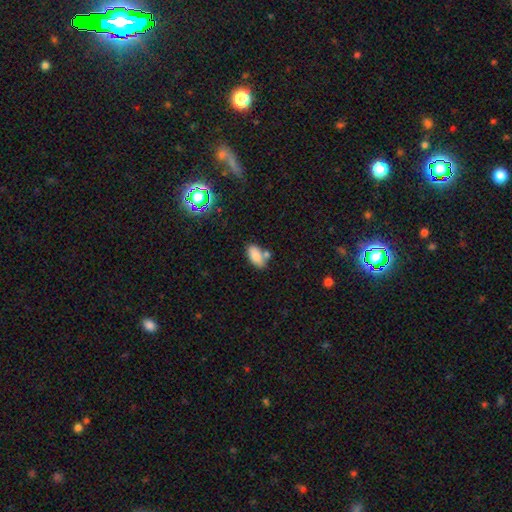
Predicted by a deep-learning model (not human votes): A smooth galaxy with no disk features (83%) that is in between round and cigar-shaped (91%).

Vote fractions:
- Smooth or featured? smooth: 83% / star or artifact: 9% / featured or disk: 8%
- How rounded? in between: 91% / cigar-shaped: 5% / round: 3%
- Merging? none: 58% / merger: 22% / minor disturbance: 16% / major disturbance: 4%